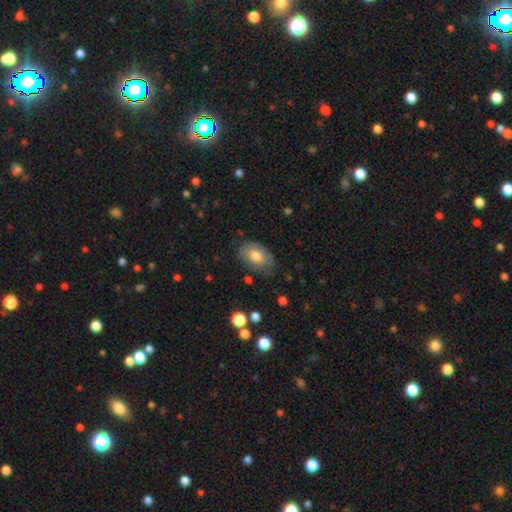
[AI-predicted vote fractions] Smooth or featured?
  - smooth: 74% *
  - featured or disk: 19%
  - star or artifact: 7%
How rounded?
  - in between: 86% *
  - round: 13%
  - cigar-shaped: 1%
Merging?
  - none: 70% *
  - minor disturbance: 22%
  - major disturbance: 6%
  - merger: 2%